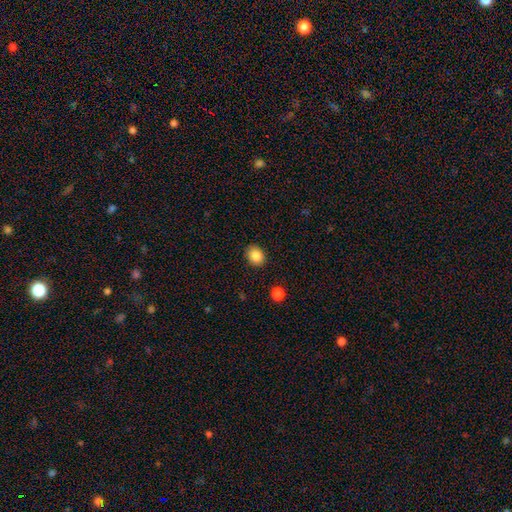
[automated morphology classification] Overall: smooth (86%). How rounded: round (54%; in between 45%). Merging: none (89%).